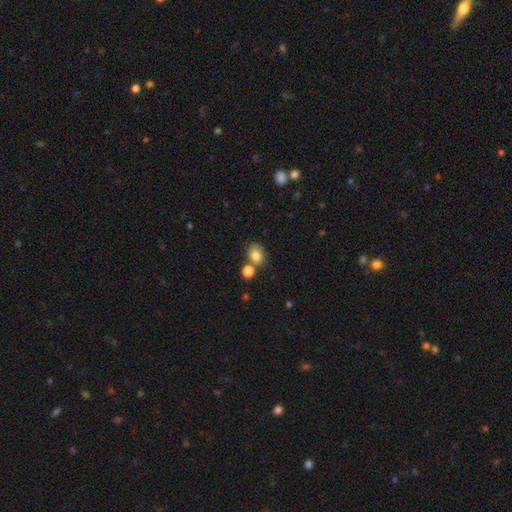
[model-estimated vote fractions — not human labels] smooth-or-featured: smooth: 82% | star or artifact: 10% | featured or disk: 8%
  how-rounded: in between: 59% | round: 40% | cigar-shaped: 1%
  merging: none: 62% | merger: 18% | minor disturbance: 16% | major disturbance: 5%